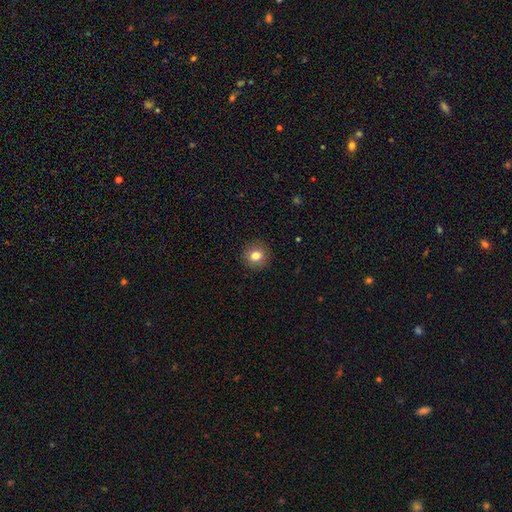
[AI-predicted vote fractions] This is clearly a smooth galaxy (81%). How rounded: clearly round (92%). Merging: clearly none (92%).